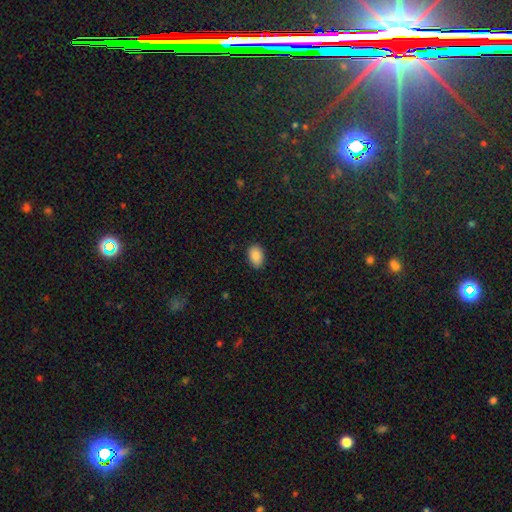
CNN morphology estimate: smooth_or_featured: smooth (p=0.88) [alt: star or artifact p=0.08]
how_rounded: in between (p=0.86) [alt: round p=0.13]
merging: none (p=0.87) [alt: minor disturbance p=0.10]